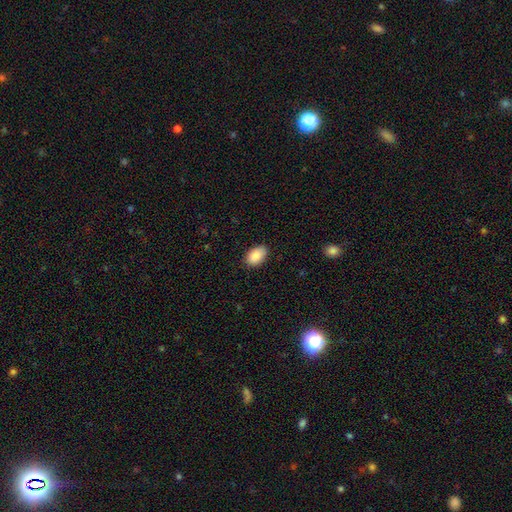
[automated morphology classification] smooth-or-featured: smooth: 89% | star or artifact: 7% | featured or disk: 4%
  how-rounded: in between: 91% | round: 8% | cigar-shaped: 1%
  merging: none: 84% | minor disturbance: 12% | major disturbance: 2% | merger: 1%